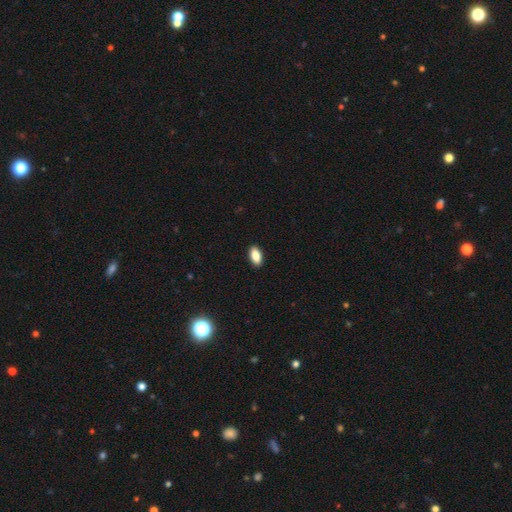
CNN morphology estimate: smooth-or-featured: smooth: 86% | star or artifact: 7% | featured or disk: 6%
  how-rounded: in between: 90% | cigar-shaped: 6% | round: 4%
  merging: none: 91% | minor disturbance: 7% | major disturbance: 2% | merger: 1%